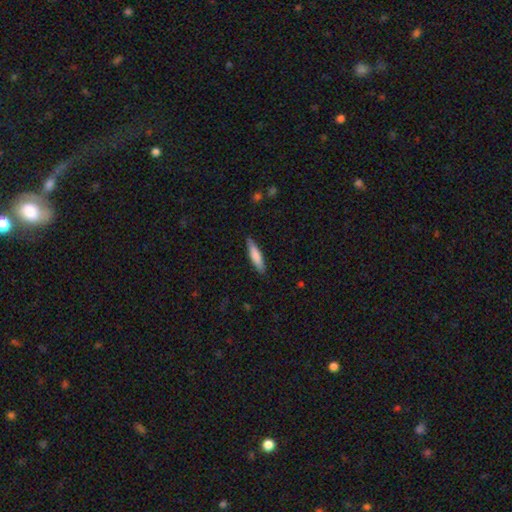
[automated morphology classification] This appears to be a smooth galaxy with no disk features (78%) that is cigar-shaped (82%). Merging: none (88%).